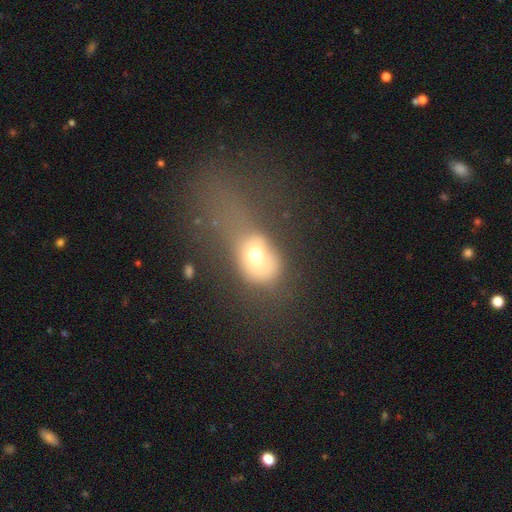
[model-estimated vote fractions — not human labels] Smooth or featured? Predicted: smooth (p=0.64). How rounded? Predicted: in between (p=0.55). Merging? Predicted: major disturbance (p=0.52).